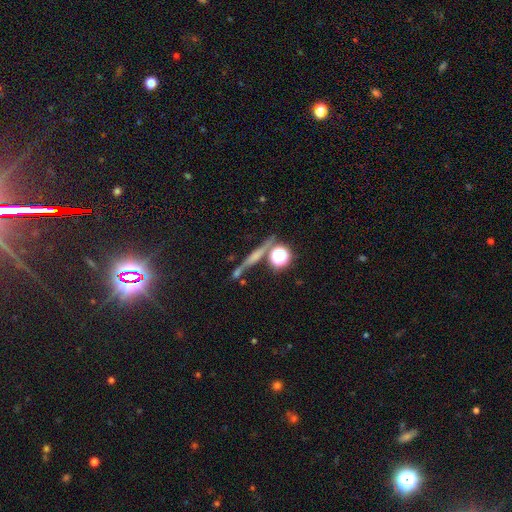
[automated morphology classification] type=featured or disk (46%); merging=none (74%).